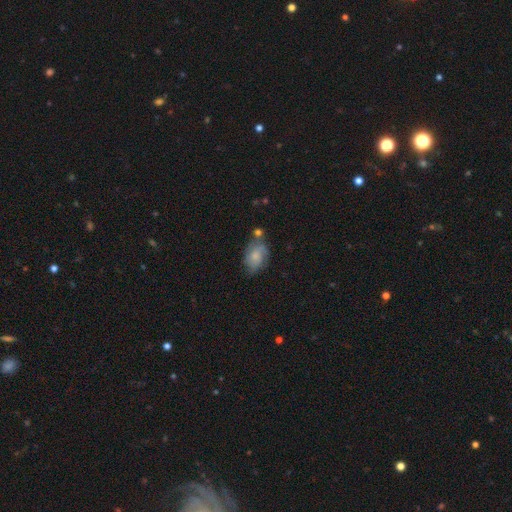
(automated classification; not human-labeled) smooth-or-featured: smooth: 59% | featured or disk: 33% | star or artifact: 8%
  how-rounded: in between: 83% | round: 16% | cigar-shaped: 2%
  merging: none: 51% | minor disturbance: 27% | merger: 12% | major disturbance: 9%